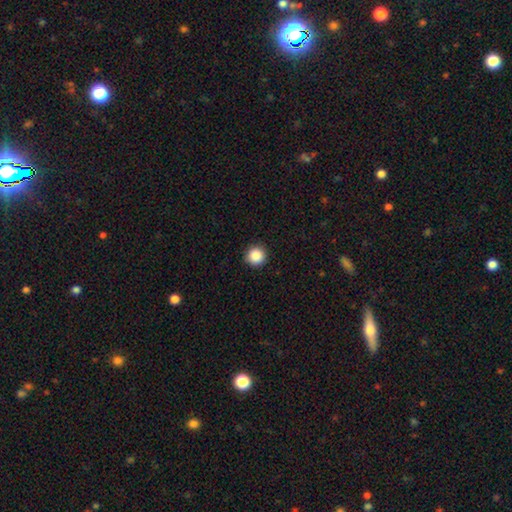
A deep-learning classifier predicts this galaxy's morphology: Smooth or featured?
  - smooth: 88% *
  - star or artifact: 10%
  - featured or disk: 3%
How rounded?
  - round: 96% *
  - in between: 3%
  - cigar-shaped: 1%
Merging?
  - none: 92% *
  - minor disturbance: 5%
  - major disturbance: 2%
  - merger: 1%